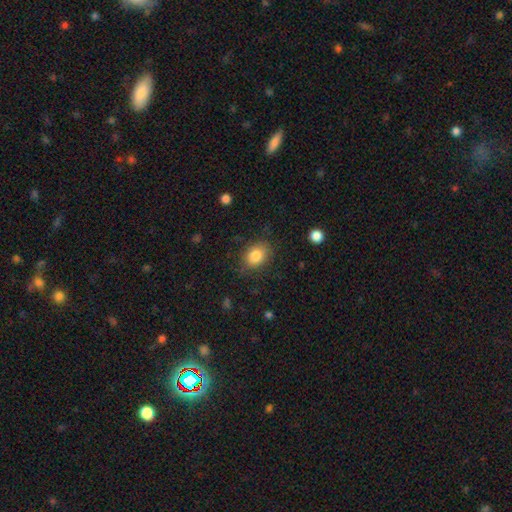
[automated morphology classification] This is clearly a smooth galaxy (85%). How rounded: likely in between (63%). Merging: likely none (80%).